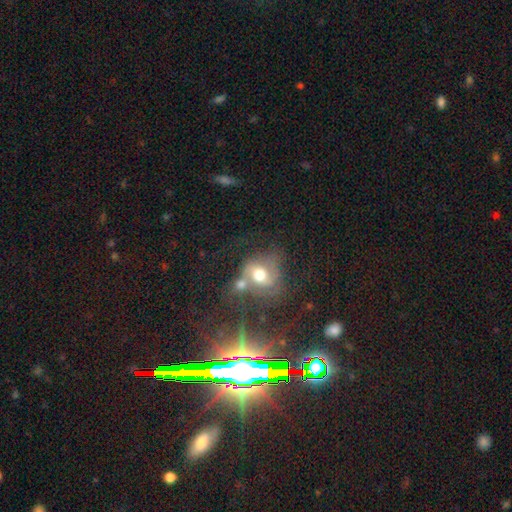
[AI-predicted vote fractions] A star or artifact, not a galaxy (59%).